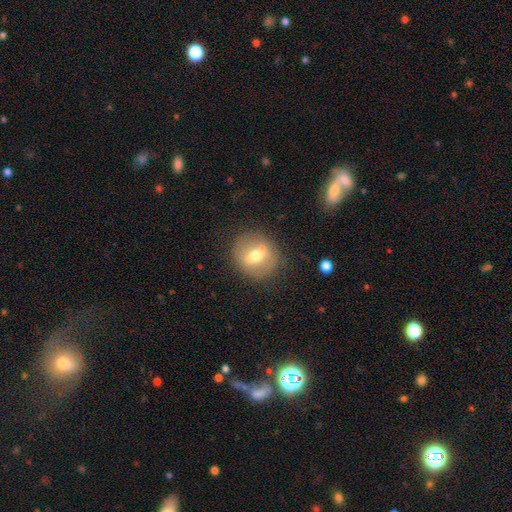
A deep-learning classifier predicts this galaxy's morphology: Smooth or featured? Predicted: smooth (p=0.52). How rounded? Predicted: round (p=0.84). Merging? Predicted: none (p=0.76).